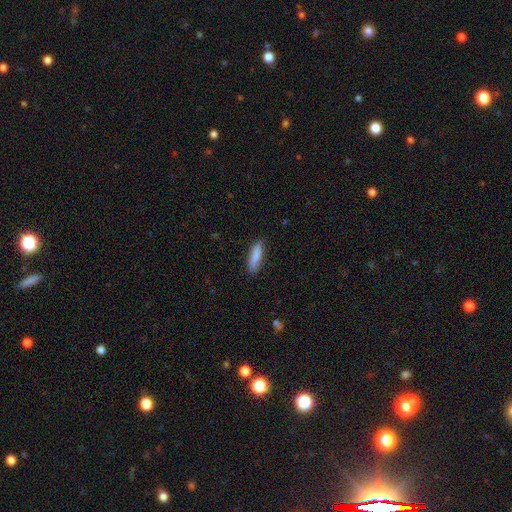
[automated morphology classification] smooth_or_featured: smooth (p=0.87) [alt: featured or disk p=0.07]
how_rounded: cigar-shaped (p=0.66) [alt: in between p=0.32]
merging: none (p=0.86) [alt: minor disturbance p=0.11]